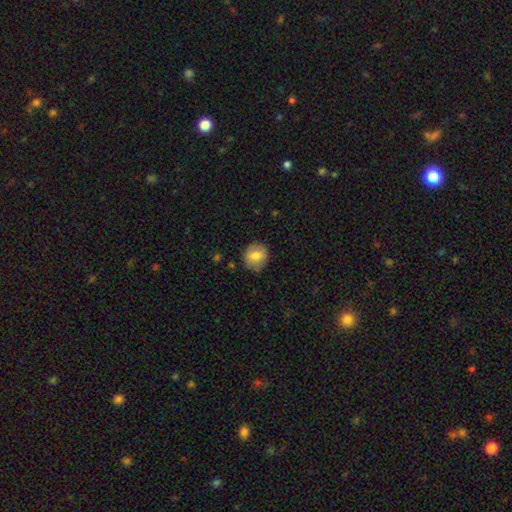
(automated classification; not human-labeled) smooth 76%, featured or disk 16%, star or artifact 8%. Down the decision tree: how rounded — round (85%); merging — none (86%).